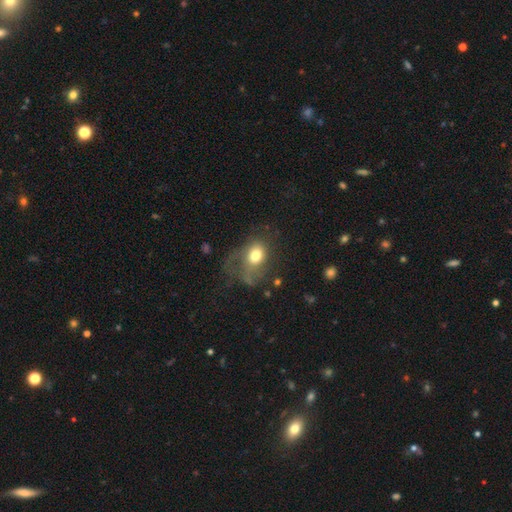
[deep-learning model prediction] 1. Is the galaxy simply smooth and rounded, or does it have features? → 64% smooth, 25% featured or disk, 11% star or artifact.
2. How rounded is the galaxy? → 57% in between, 41% round, 1% cigar-shaped.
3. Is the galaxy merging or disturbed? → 41% major disturbance, 33% none, 23% minor disturbance, 3% merger.